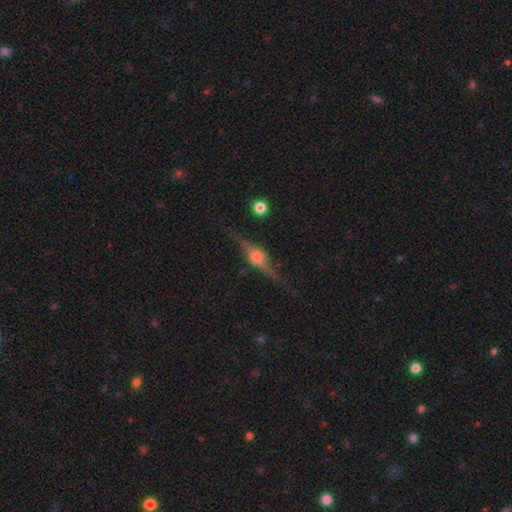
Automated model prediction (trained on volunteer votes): Morphology: type=featured or disk (86%); edge-on=yes (95%); edge-on bulge=rounded (93%); merging=none (85%).